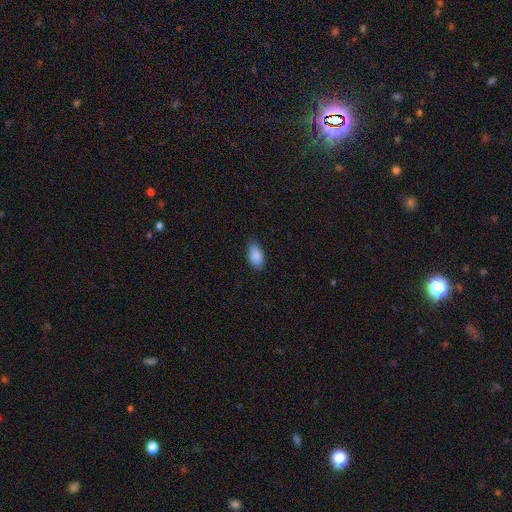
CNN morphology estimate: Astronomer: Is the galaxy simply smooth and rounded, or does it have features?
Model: smooth — 88%.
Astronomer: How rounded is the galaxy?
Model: in between — 93%.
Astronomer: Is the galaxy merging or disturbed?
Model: none — 81%.